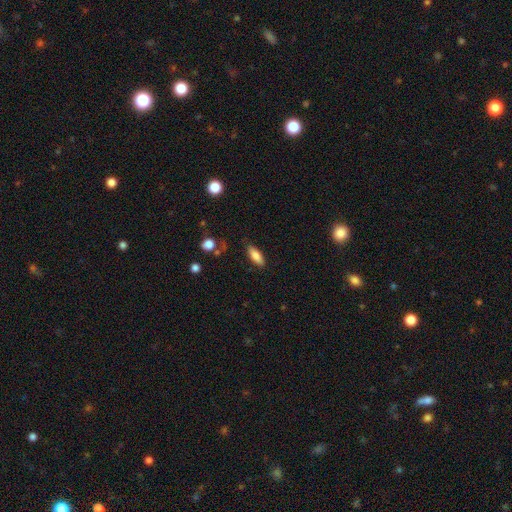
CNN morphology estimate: smooth-or-featured: smooth: 81% | featured or disk: 11% | star or artifact: 7%
  how-rounded: in between: 68% | cigar-shaped: 30% | round: 2%
  merging: none: 80% | minor disturbance: 14% | major disturbance: 4% | merger: 2%